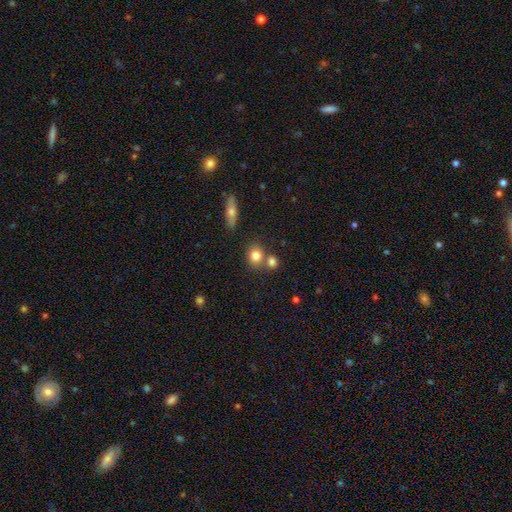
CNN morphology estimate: Smooth or featured: smooth — 80% (featured or disk — 10%)
How rounded: round — 72% (in between — 26%)
Merging: none — 59% (merger — 28%)